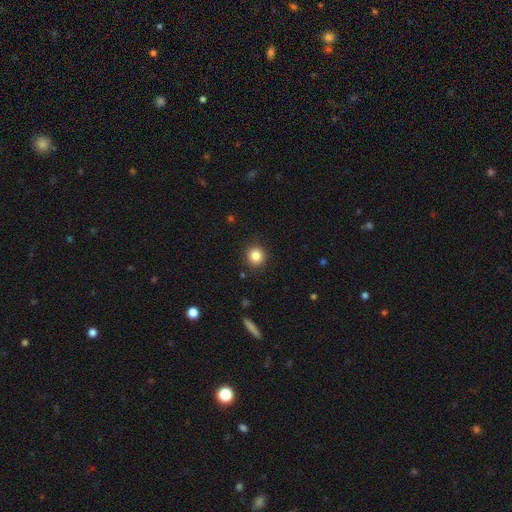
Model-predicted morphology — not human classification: Overall: smooth (85%). How rounded: round (92%). Merging: none (90%).